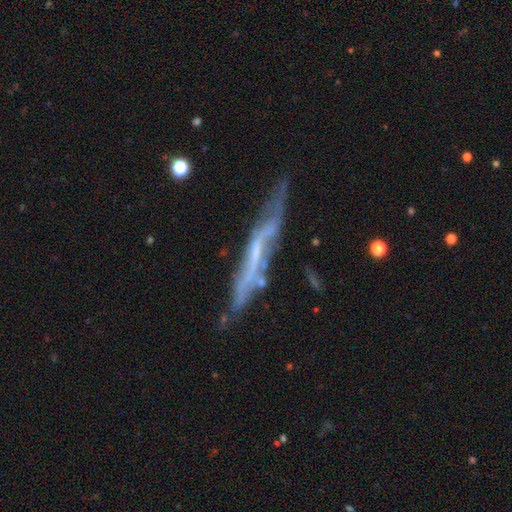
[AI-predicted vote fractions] Q: Smooth or featured?
A: featured or disk (71%); runner-up: smooth (21%)
Q: Edge-on disk?
A: yes (73%); runner-up: no (27%)
Q: Edge-on bulge?
A: none (73%); runner-up: rounded (17%)
Q: Merging?
A: none (61%); runner-up: minor disturbance (24%)